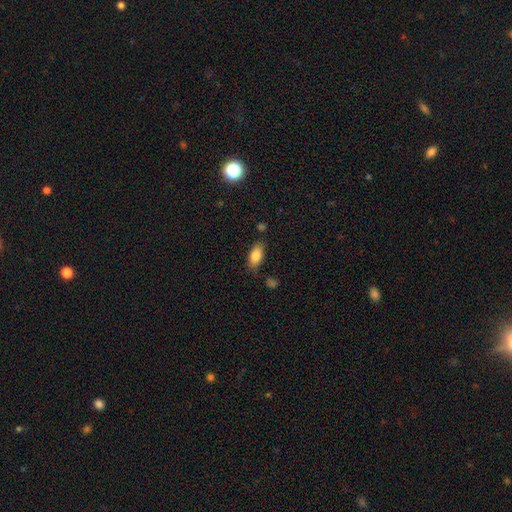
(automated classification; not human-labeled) Smooth or featured? Predicted: smooth (p=0.84). How rounded? Predicted: in between (p=0.88). Merging? Predicted: none (p=0.78).